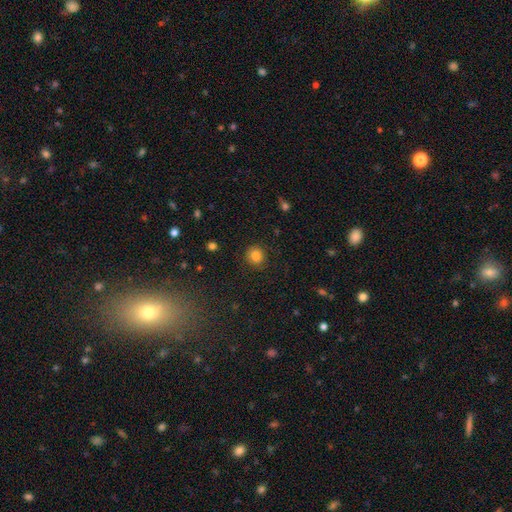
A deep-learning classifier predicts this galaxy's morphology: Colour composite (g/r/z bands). It shows a smooth galaxy with no disk features (82%) that is round (90%). Merging: none (88%).